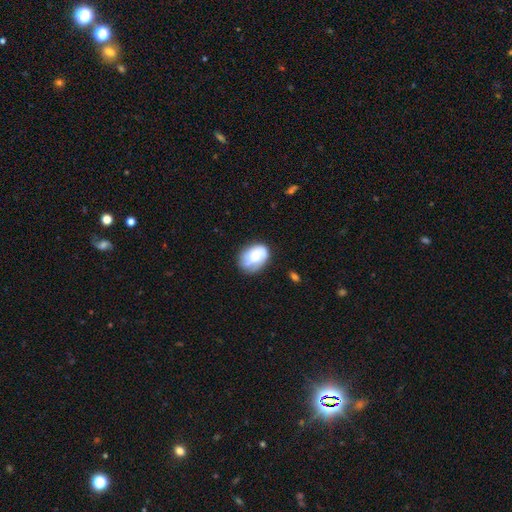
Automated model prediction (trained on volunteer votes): A smooth galaxy with no disk features (59%) that is in between round and cigar-shaped (73%).

Vote fractions:
- Smooth or featured? smooth: 59% / featured or disk: 33% / star or artifact: 8%
- How rounded? in between: 73% / round: 26% / cigar-shaped: 1%
- Merging? none: 57% / minor disturbance: 29% / major disturbance: 11% / merger: 4%